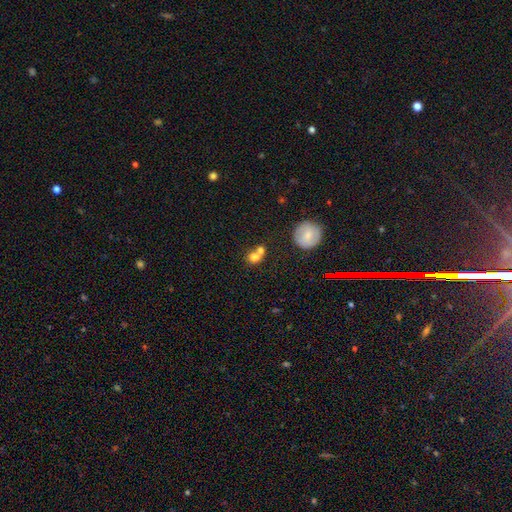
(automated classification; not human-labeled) This is likely a smooth galaxy (75%). How rounded: likely round (75%). Merging: possibly merger (54%).